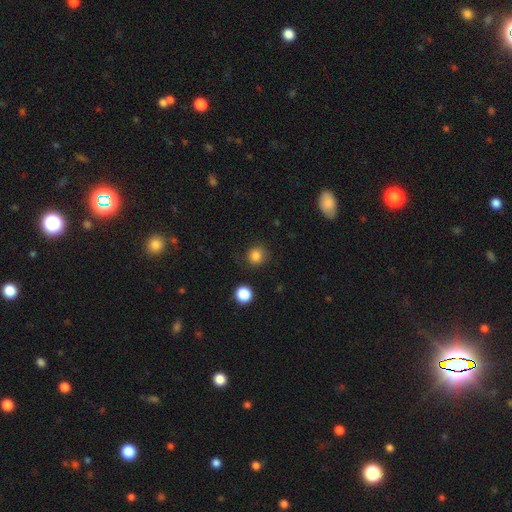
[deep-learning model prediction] Smooth or featured? smooth (84%)
How rounded? round (91%)
Merging? none (85%)